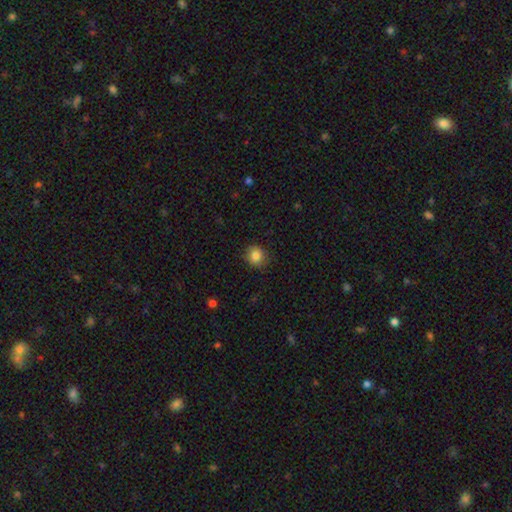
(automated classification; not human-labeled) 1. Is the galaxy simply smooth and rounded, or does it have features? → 84% smooth, 10% star or artifact, 6% featured or disk.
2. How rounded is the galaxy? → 80% round, 20% in between, 1% cigar-shaped.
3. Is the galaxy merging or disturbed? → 86% none, 11% minor disturbance, 3% major disturbance, 1% merger.